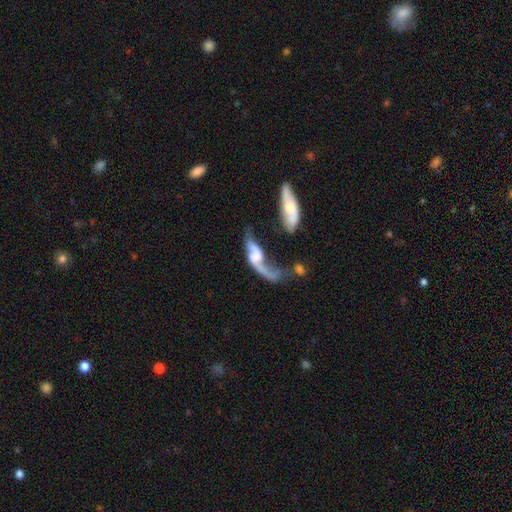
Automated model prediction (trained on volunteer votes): featured or disk 71%, smooth 22%, star or artifact 7%. Down the decision tree: edge-on disk — no (86%); bar — no (57%); spiral arms — yes (79%); bulge size — moderate (28%); merging — major disturbance (35%).